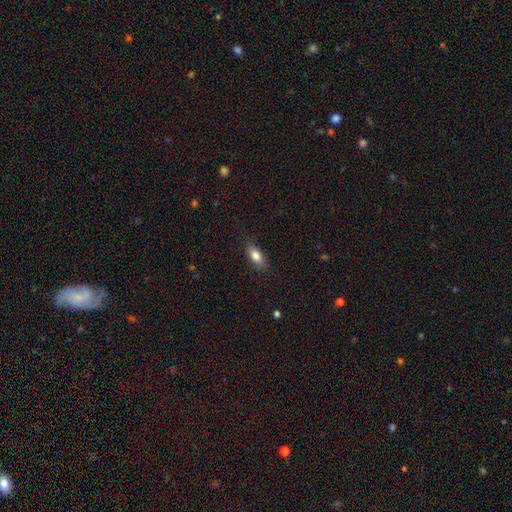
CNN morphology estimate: smooth 81%, featured or disk 11%, star or artifact 7%. Down the decision tree: how rounded — in between (80%); merging — none (84%).